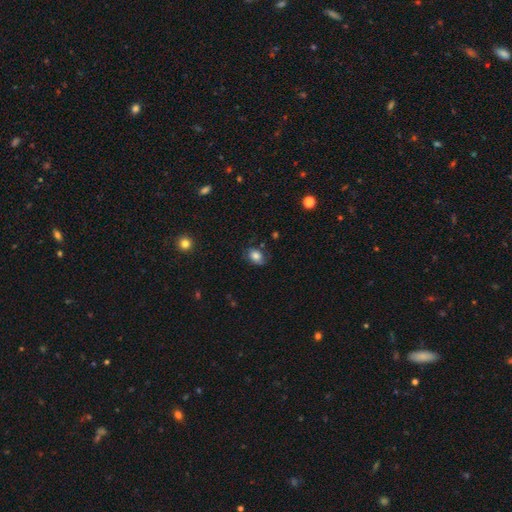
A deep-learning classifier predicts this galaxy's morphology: Smooth or featured?
  - smooth: 71% *
  - featured or disk: 19%
  - star or artifact: 10%
How rounded?
  - in between: 68% *
  - round: 31%
  - cigar-shaped: 1%
Merging?
  - none: 67% *
  - minor disturbance: 24%
  - major disturbance: 8%
  - merger: 2%